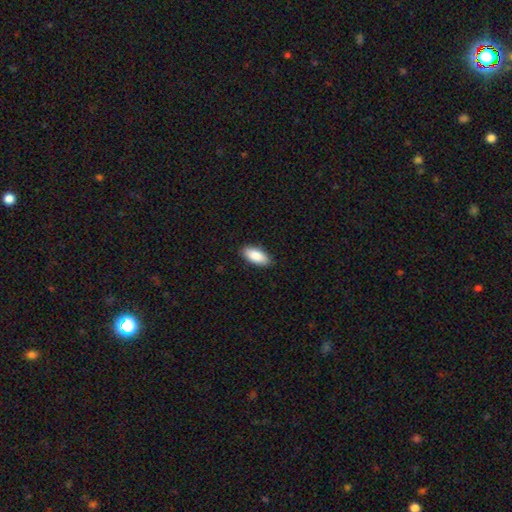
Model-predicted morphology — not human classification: A smooth galaxy with no disk features (88%) that is in between round and cigar-shaped (89%).

Vote fractions:
- Smooth or featured? smooth: 88% / featured or disk: 6% / star or artifact: 6%
- How rounded? in between: 89% / cigar-shaped: 9% / round: 2%
- Merging? none: 89% / minor disturbance: 9% / major disturbance: 2% / merger: 1%